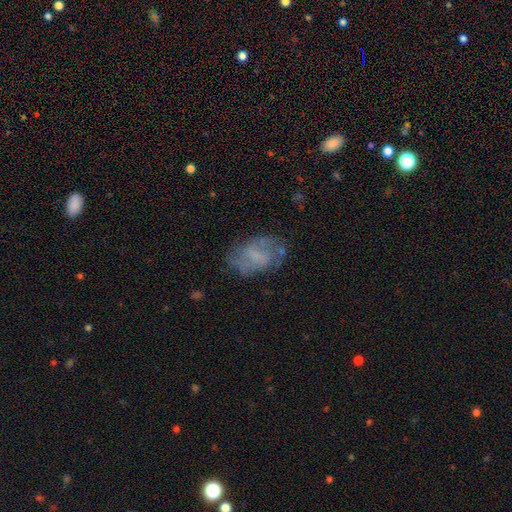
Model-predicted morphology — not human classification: The model was most divided on "smooth or featured": featured or disk: 52%, smooth: 39%, star or artifact: 10%. More confident: edge-on disk — no (97%); merging — none (59%).